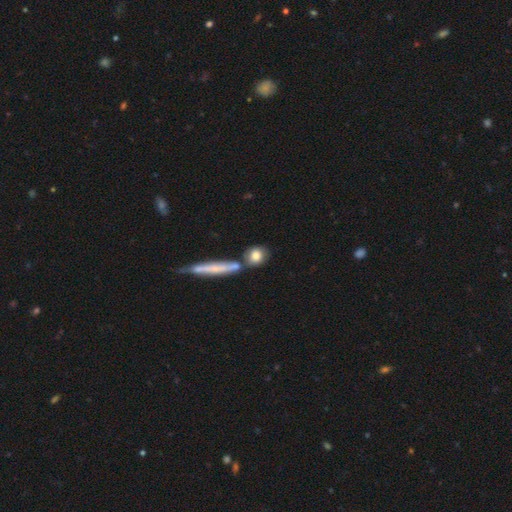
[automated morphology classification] Smooth or featured? smooth (76%)
How rounded? round (58%)
Merging? none (57%)